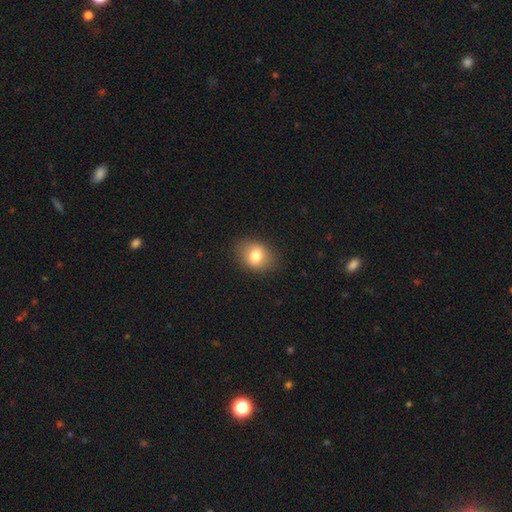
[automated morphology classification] This appears to be a smooth galaxy with no disk features (78%) that is in between round and cigar-shaped (60%). Merging: none (83%).